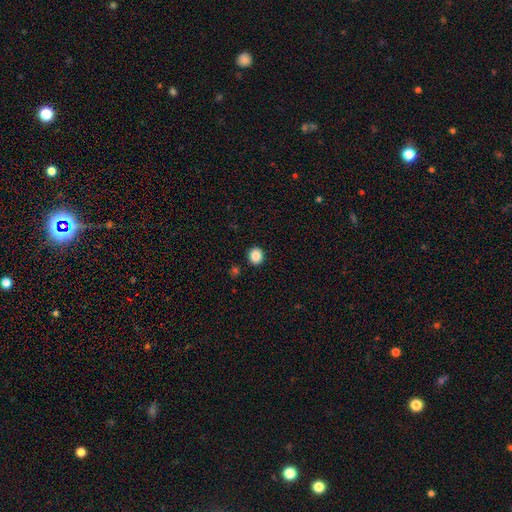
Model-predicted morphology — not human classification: type=smooth (87%); roundness=round (84%); merging=none (91%).